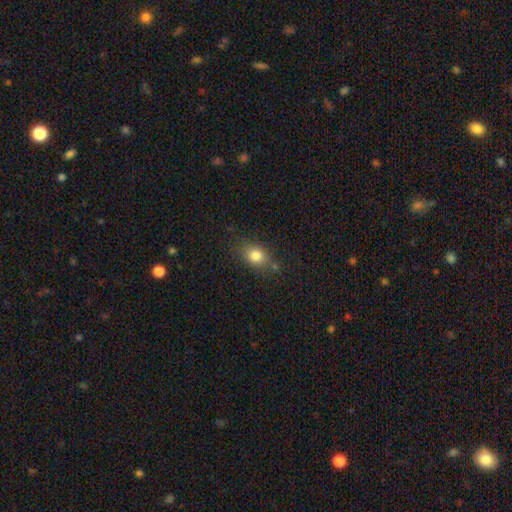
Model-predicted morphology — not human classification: Smooth or featured?
  - smooth: 81% *
  - star or artifact: 11%
  - featured or disk: 9%
How rounded?
  - in between: 58% *
  - round: 40%
  - cigar-shaped: 2%
Merging?
  - none: 74% *
  - minor disturbance: 17%
  - major disturbance: 5%
  - merger: 4%